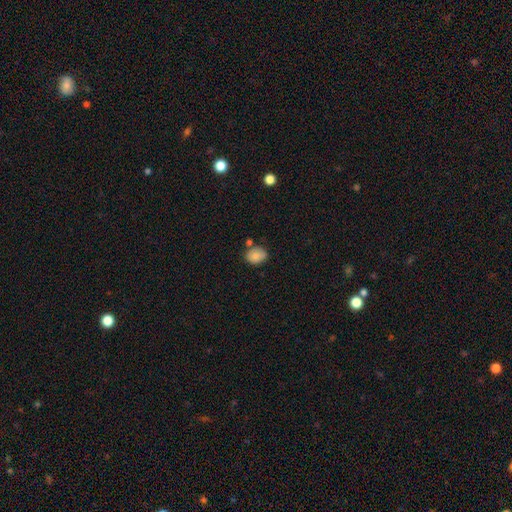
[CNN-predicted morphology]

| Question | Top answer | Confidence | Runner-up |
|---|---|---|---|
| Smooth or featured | smooth | 84% | star or artifact (9%) |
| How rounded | in between | 59% | round (40%) |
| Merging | none | 69% | minor disturbance (17%) |